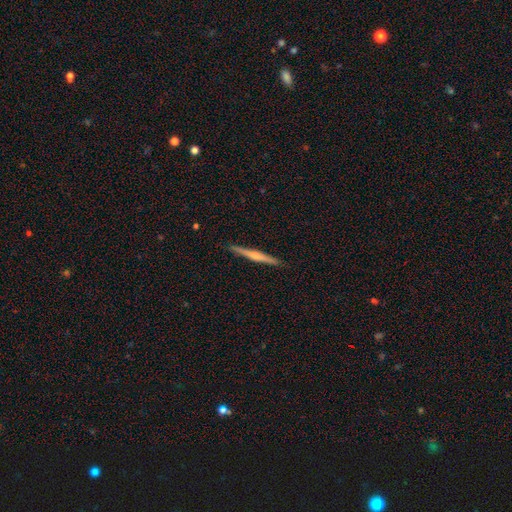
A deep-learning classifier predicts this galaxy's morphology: featured or disk 56%, smooth 38%, star or artifact 5%. Down the decision tree: edge-on disk — yes (98%); edge-on bulge — rounded (52%); merging — none (91%).